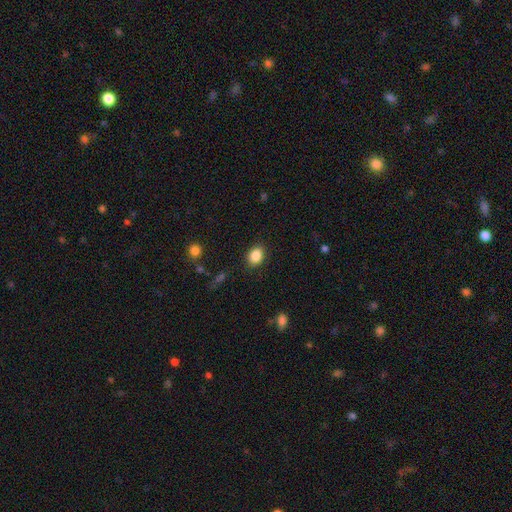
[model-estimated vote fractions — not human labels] The model was most divided on "how rounded": in between: 62%, round: 37%, cigar-shaped: 1%. More confident: merging — none (87%); smooth or featured — smooth (86%).